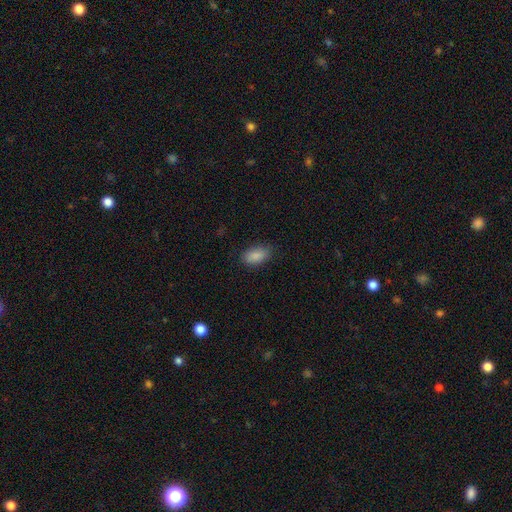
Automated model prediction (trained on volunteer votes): The model was most divided on "merging": none: 82%, minor disturbance: 14%, major disturbance: 3%, merger: 1%. More confident: how rounded — in between (92%); smooth or featured — smooth (88%).